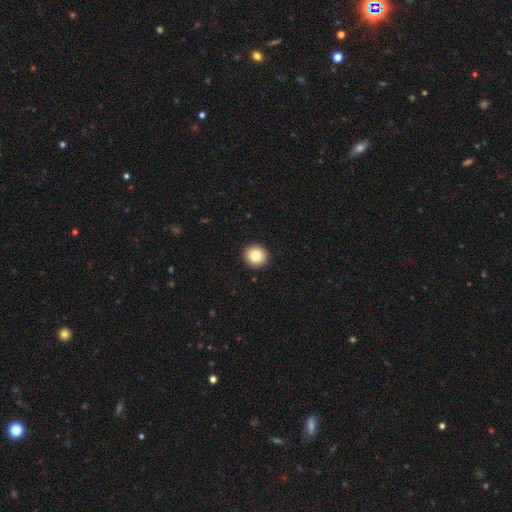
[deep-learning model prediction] A smooth galaxy with no disk features (82%) that is round (93%). Merging: none (93%).